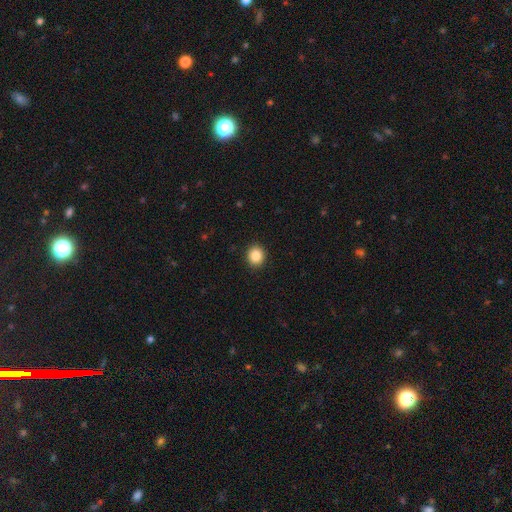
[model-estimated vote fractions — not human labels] smooth_or_featured: smooth (p=0.85) [alt: star or artifact p=0.10]
how_rounded: round (p=0.81) [alt: in between p=0.19]
merging: none (p=0.92) [alt: minor disturbance p=0.05]